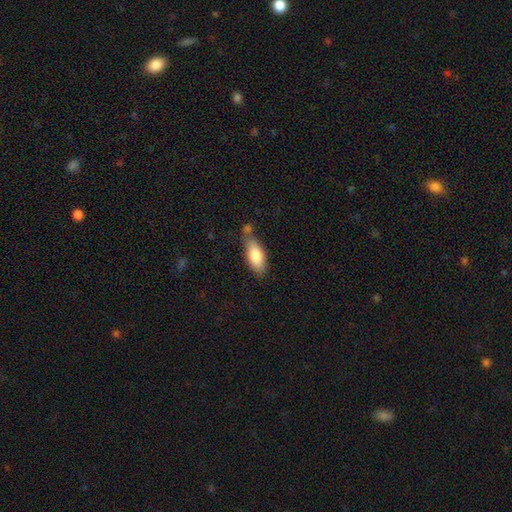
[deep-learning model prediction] The model was most divided on "merging": none: 61%, minor disturbance: 21%, merger: 13%, major disturbance: 5%. More confident: how rounded — in between (82%); smooth or featured — smooth (82%).